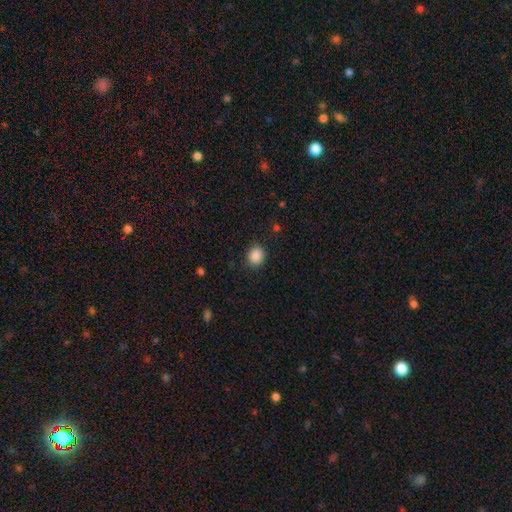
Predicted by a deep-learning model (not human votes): The model was most divided on "how rounded": round: 73%, in between: 26%, cigar-shaped: 1%. More confident: smooth or featured — smooth (88%); merging — none (87%).